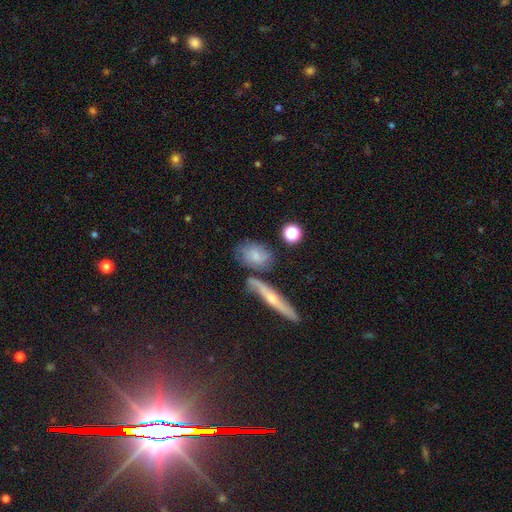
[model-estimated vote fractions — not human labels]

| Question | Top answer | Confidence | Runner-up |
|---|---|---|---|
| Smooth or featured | smooth | 56% | featured or disk (35%) |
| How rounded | in between | 67% | round (26%) |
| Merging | none | 55% | minor disturbance (20%) |